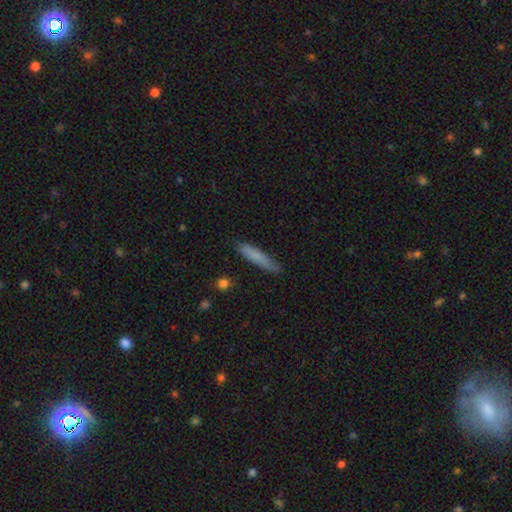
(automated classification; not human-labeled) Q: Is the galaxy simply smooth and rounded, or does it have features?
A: smooth — 76%.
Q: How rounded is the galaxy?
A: cigar-shaped — 91%.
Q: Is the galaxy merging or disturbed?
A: none — 82%.